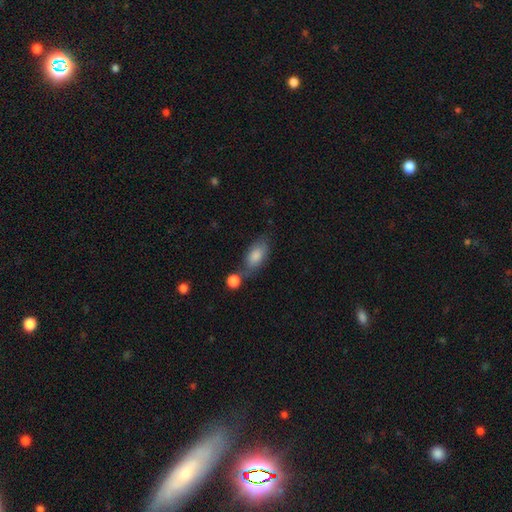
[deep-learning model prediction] smooth_or_featured: smooth (p=0.81) [alt: featured or disk p=0.12]
how_rounded: in between (p=0.89) [alt: cigar-shaped p=0.06]
merging: none (p=0.50) [alt: minor disturbance p=0.21]